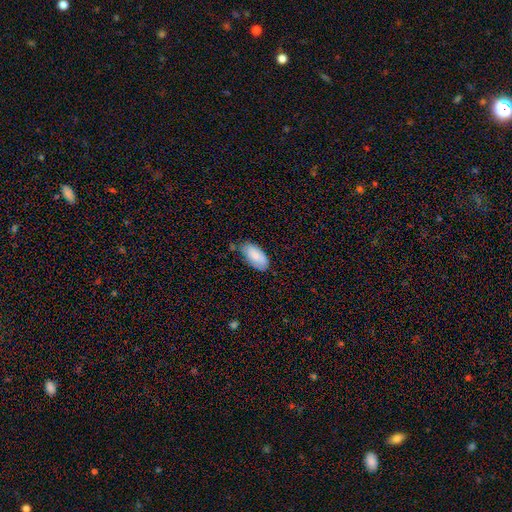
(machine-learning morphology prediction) This appears to be a smooth galaxy with no disk features (85%) that is in between round and cigar-shaped (94%). Merging: none (63%).